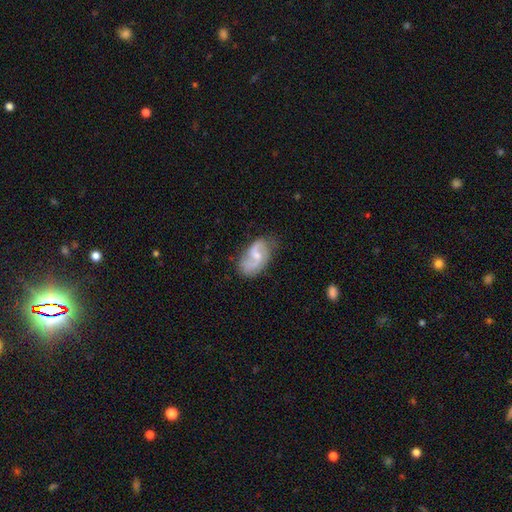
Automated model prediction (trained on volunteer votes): smooth-or-featured: featured or disk: 75% | smooth: 20% | star or artifact: 6%
  disk-edge-on: no: 97% | yes: 3%
    bar: weak: 54% | no: 35% | strong: 11%
    has-spiral-arms: yes: 92% | no: 8%
      spiral-winding: medium: 44% | loose: 43% | tight: 14%
      spiral-arm-count: 2: 87% | can't tell: 6% | 1: 4% | 3: 1% | 4: 1% | more than 4: 1%
    bulge-size: small: 49% | moderate: 40% | none: 8% | large: 2% | dominant: 1%
  merging: none: 67% | minor disturbance: 23% | major disturbance: 8% | merger: 2%